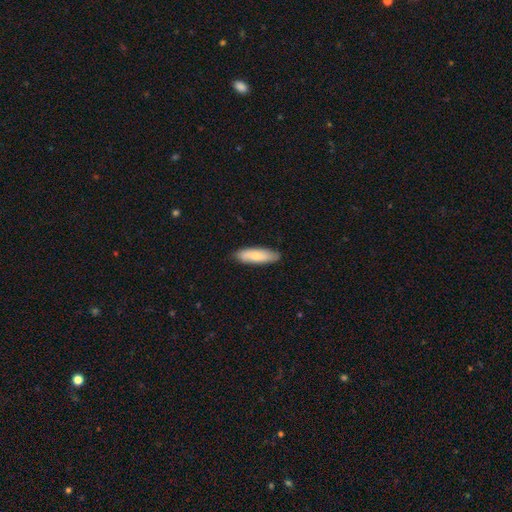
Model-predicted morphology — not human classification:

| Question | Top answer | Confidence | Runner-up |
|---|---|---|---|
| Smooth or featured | smooth | 79% | featured or disk (16%) |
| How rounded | cigar-shaped | 57% | in between (41%) |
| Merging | none | 86% | minor disturbance (11%) |